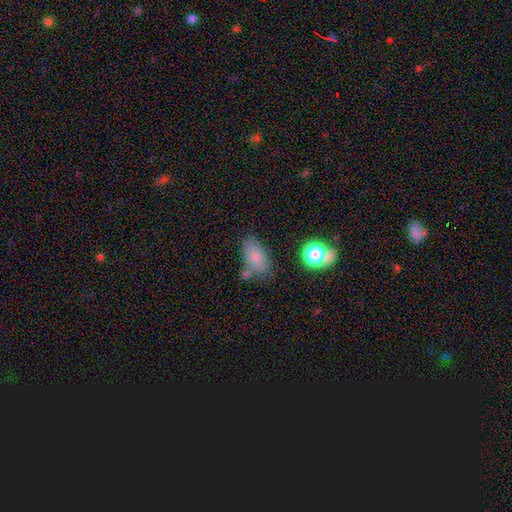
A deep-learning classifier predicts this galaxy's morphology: Smooth or featured? Predicted: smooth (p=0.79). How rounded? Predicted: in between (p=0.89). Merging? Predicted: none (p=0.60).